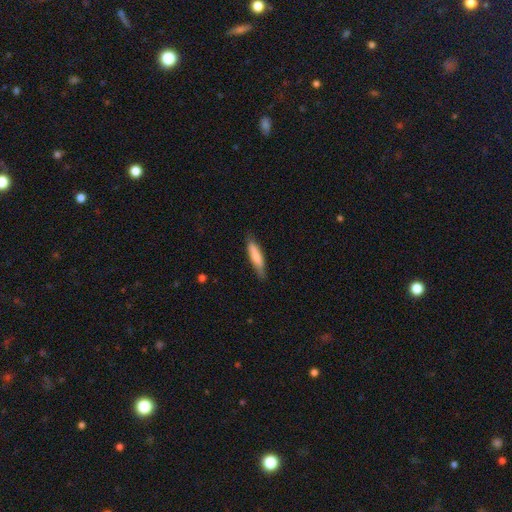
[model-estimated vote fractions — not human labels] Morphology: type=smooth (74%); roundness=cigar-shaped (78%); merging=none (80%).